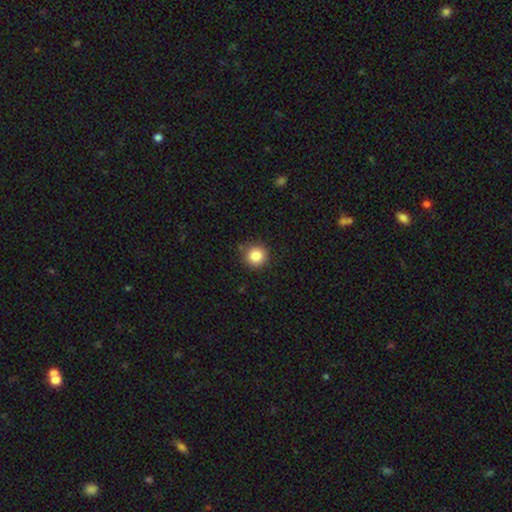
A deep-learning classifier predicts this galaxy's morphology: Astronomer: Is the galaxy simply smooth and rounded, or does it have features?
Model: smooth — 85%.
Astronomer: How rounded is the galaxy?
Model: round — 95%.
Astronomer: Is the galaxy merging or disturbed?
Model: none — 89%.